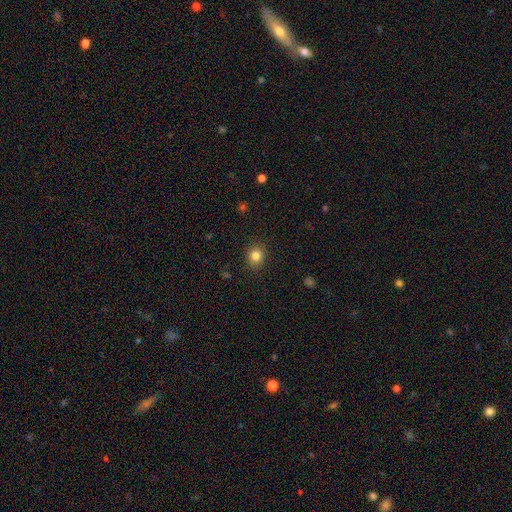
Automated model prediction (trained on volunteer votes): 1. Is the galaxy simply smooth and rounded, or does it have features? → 83% smooth, 12% star or artifact, 6% featured or disk.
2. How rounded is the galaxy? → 77% round, 22% in between, 1% cigar-shaped.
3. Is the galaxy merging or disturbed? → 89% none, 8% minor disturbance, 2% major disturbance, 1% merger.